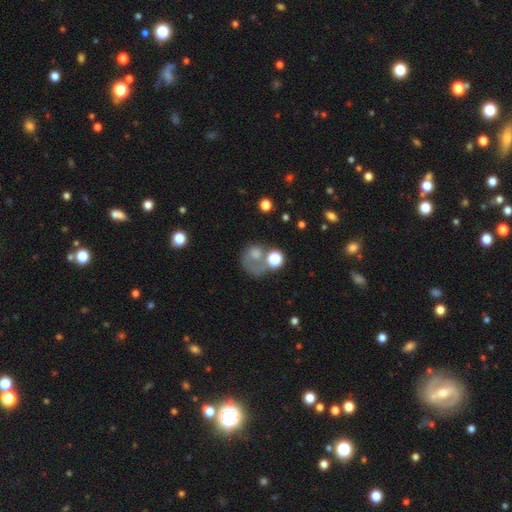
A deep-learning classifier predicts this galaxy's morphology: The model was most divided on "merging": none: 31%, major disturbance: 30%, merger: 26%, minor disturbance: 13%. More confident: how rounded — round (71%); smooth or featured — smooth (60%).